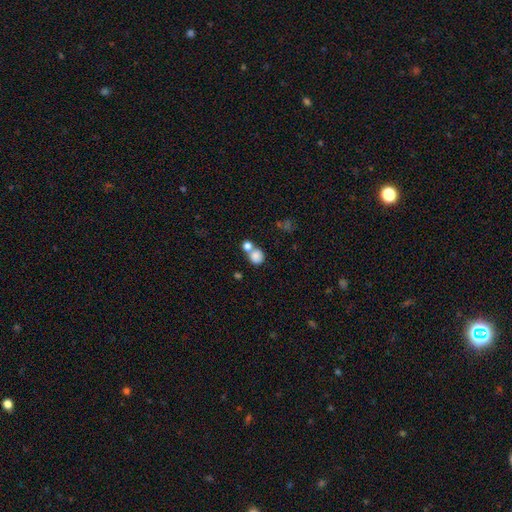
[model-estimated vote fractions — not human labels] This is clearly a smooth galaxy (82%). How rounded: likely round (77%). Merging: possibly merger (49%).